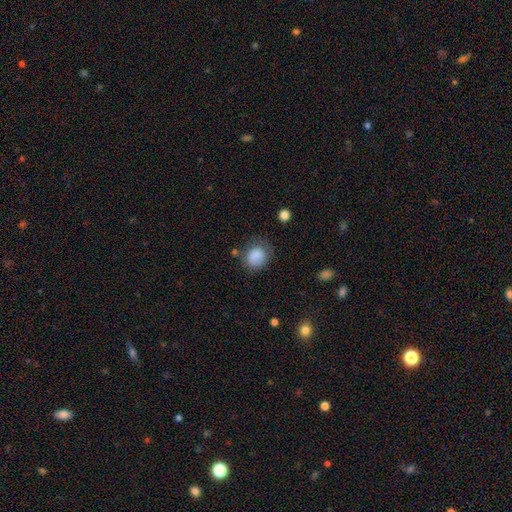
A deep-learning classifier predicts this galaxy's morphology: Smooth or featured: smooth — 84% (star or artifact — 9%)
How rounded: round — 66% (in between — 33%)
Merging: none — 59% (minor disturbance — 26%)